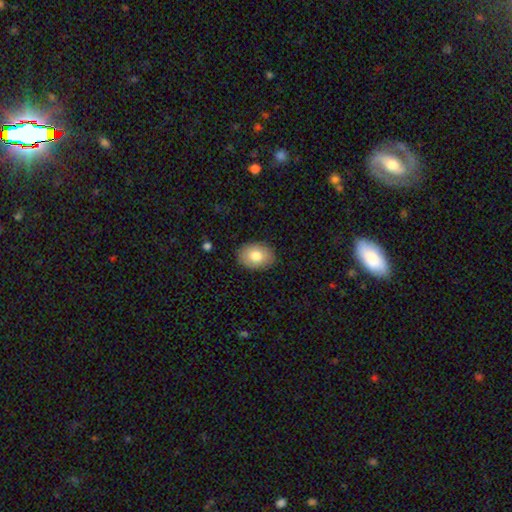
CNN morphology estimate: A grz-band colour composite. It shows a smooth galaxy with no disk features (79%) that is in between round and cigar-shaped (77%). Merging: none (88%).